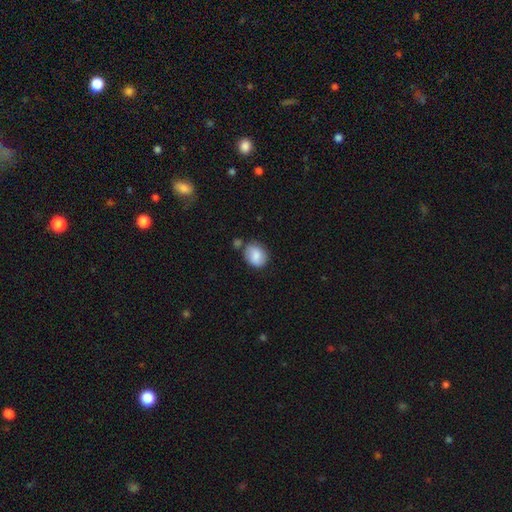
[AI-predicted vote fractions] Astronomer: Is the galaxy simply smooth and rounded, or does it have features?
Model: smooth — 82%.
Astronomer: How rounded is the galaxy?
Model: round — 60% (runner-up: in between, 39%).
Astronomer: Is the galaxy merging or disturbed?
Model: none — 66%.